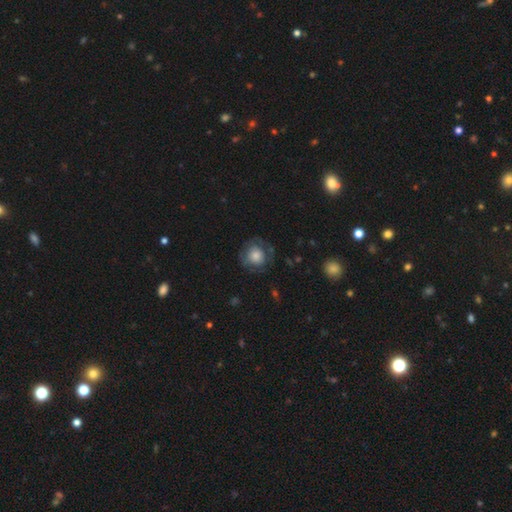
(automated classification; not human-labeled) smooth 59%, featured or disk 33%, star or artifact 8%. Down the decision tree: how rounded — round (89%); merging — none (65%).